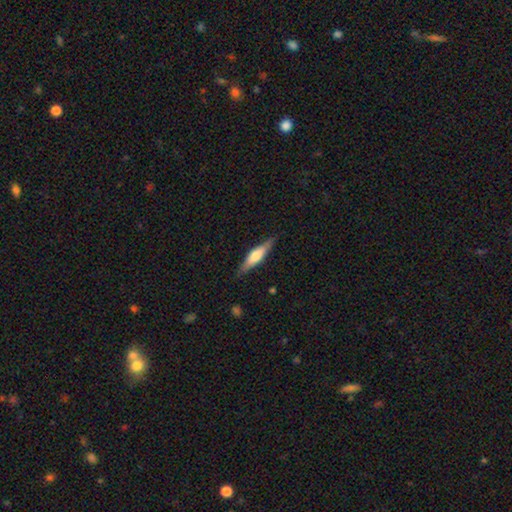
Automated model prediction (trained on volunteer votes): This is possibly a featured or disk galaxy (51%). It is clearly viewed edge-on (95%). Merging: clearly none (87%).